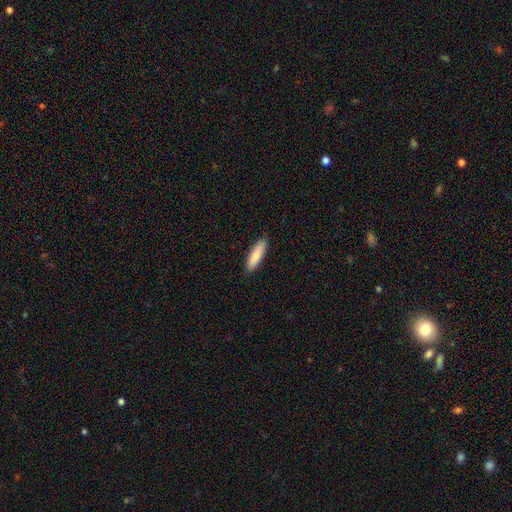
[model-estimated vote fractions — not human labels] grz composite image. It shows a smooth galaxy with no disk features (82%) that is cigar-shaped (59%). Merging: none (88%).